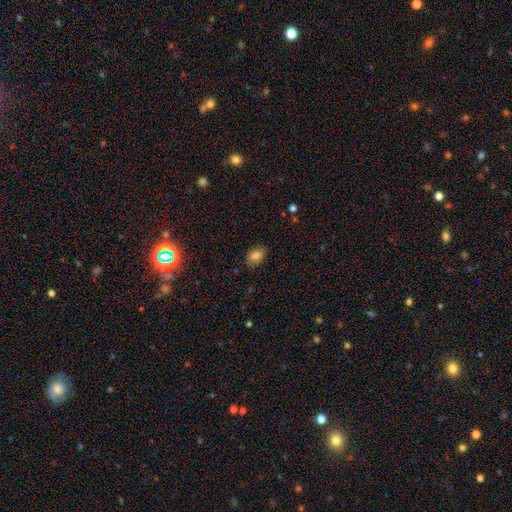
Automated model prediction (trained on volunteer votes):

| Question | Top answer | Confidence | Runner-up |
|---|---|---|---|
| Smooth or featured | smooth | 81% | star or artifact (10%) |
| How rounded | in between | 75% | round (24%) |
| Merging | none | 81% | minor disturbance (15%) |